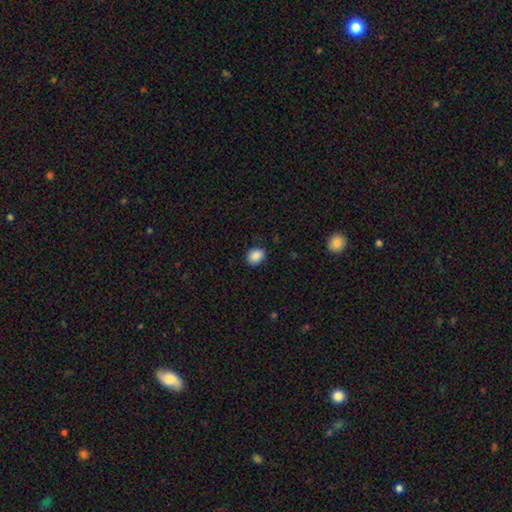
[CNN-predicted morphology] This is clearly a smooth galaxy (88%). How rounded: possibly round (50%). Merging: clearly none (84%).